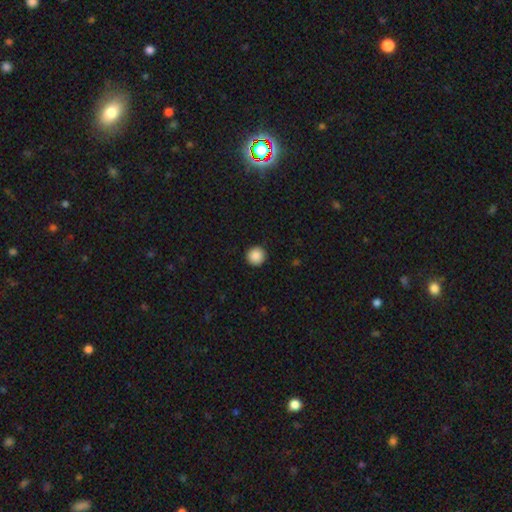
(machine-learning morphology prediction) Smooth or featured? Predicted: smooth (p=0.89). How rounded? Predicted: round (p=0.95). Merging? Predicted: none (p=0.92).